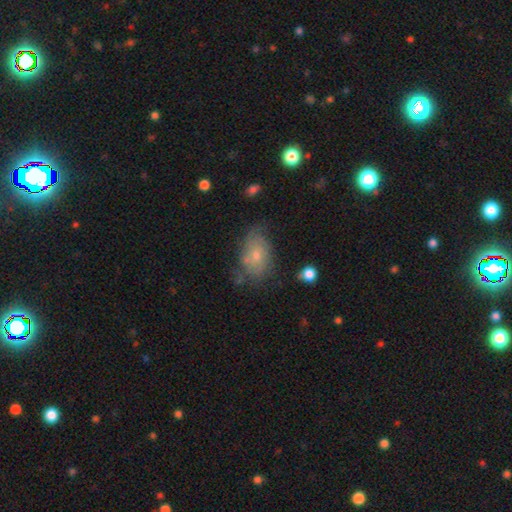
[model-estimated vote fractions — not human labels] Overall: smooth (50%; featured or disk 41%). Merging: none (55%; minor disturbance 29%).